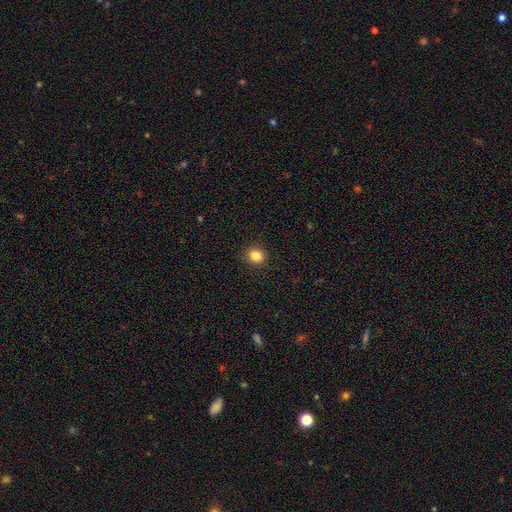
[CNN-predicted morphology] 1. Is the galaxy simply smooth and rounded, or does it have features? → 85% smooth, 11% star or artifact, 4% featured or disk.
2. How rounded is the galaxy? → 66% round, 33% in between, 1% cigar-shaped.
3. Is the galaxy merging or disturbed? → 90% none, 7% minor disturbance, 2% major disturbance, 1% merger.